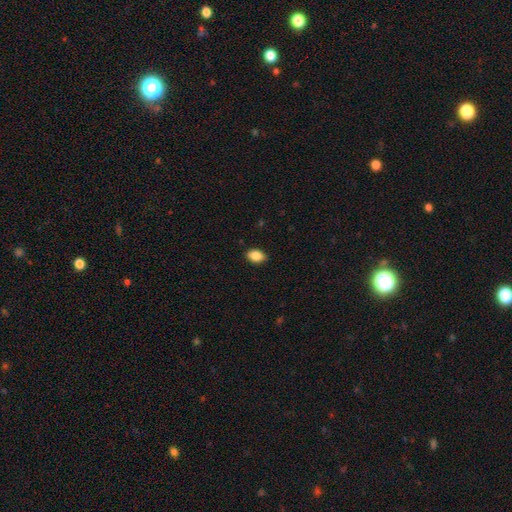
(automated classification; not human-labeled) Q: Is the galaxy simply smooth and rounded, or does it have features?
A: smooth — 87%.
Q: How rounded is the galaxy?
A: in between — 86%.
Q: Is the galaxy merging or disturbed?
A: none — 88%.